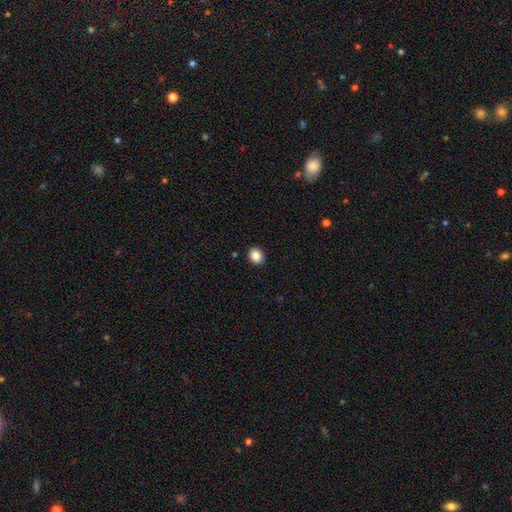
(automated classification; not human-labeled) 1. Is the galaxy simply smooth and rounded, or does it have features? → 86% smooth, 10% star or artifact, 4% featured or disk.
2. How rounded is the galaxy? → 62% round, 37% in between, 1% cigar-shaped.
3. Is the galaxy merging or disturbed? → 91% none, 6% minor disturbance, 2% major disturbance, 1% merger.